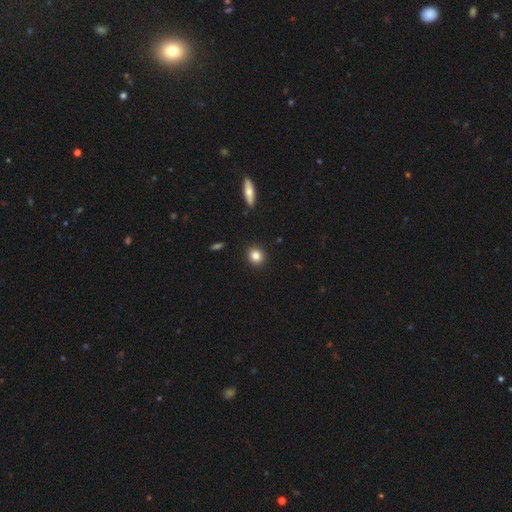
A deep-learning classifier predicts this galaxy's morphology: A smooth galaxy with no disk features (85%) that is round (84%). Merging: none (92%).